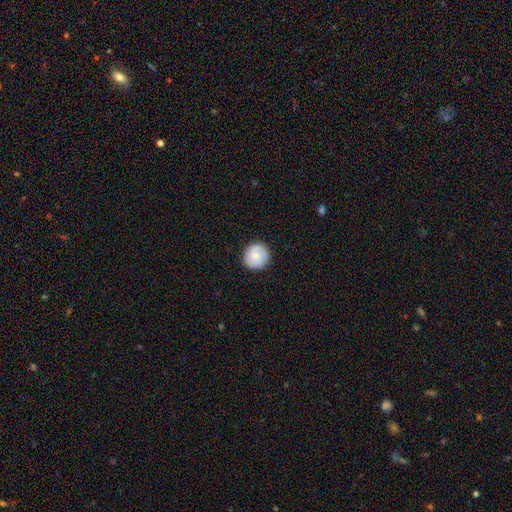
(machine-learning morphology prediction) Smooth or featured?
  - smooth: 63% *
  - featured or disk: 30%
  - star or artifact: 7%
How rounded?
  - round: 93% *
  - in between: 6%
  - cigar-shaped: 1%
Merging?
  - none: 88% *
  - minor disturbance: 9%
  - major disturbance: 2%
  - merger: 1%